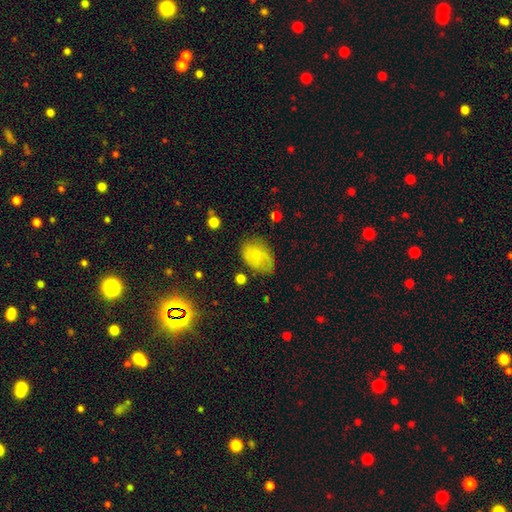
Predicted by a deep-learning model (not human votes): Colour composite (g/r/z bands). It shows a smooth galaxy with no disk features (68%) that is in between round and cigar-shaped (84%). Merging: none (59%).